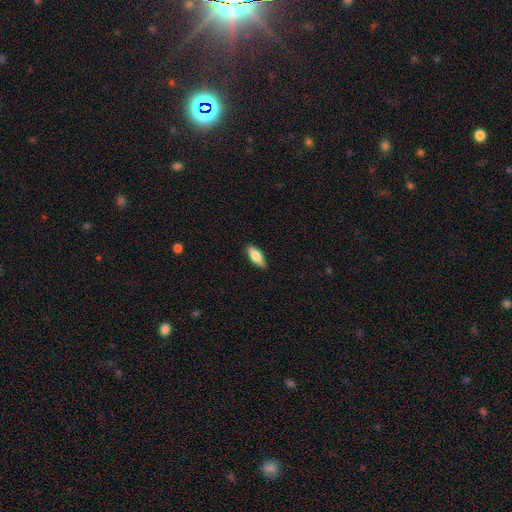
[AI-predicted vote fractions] Smooth or featured?
  - smooth: 72% *
  - featured or disk: 22%
  - star or artifact: 6%
How rounded?
  - in between: 68% *
  - cigar-shaped: 29%
  - round: 2%
Merging?
  - none: 84% *
  - minor disturbance: 12%
  - major disturbance: 2%
  - merger: 1%